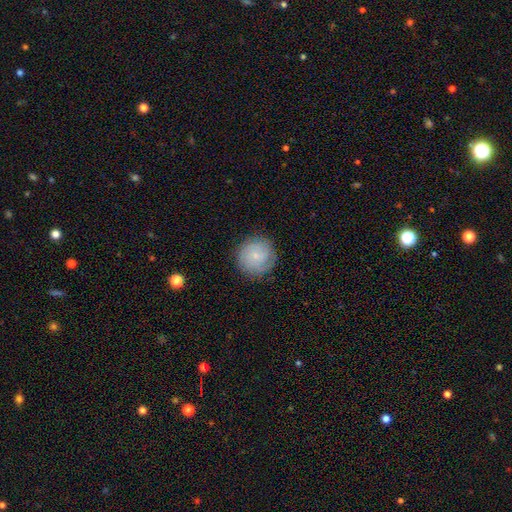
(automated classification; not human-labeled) This appears to be a smooth galaxy with no disk features (59%) that is round (93%). Merging: none (83%).